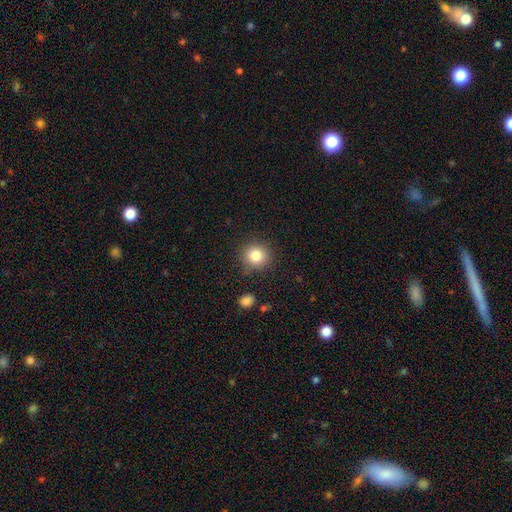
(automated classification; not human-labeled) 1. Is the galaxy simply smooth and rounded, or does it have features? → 82% smooth, 11% star or artifact, 6% featured or disk.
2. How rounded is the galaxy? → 91% round, 8% in between, 1% cigar-shaped.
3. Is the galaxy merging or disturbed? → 85% none, 9% minor disturbance, 3% major disturbance, 2% merger.